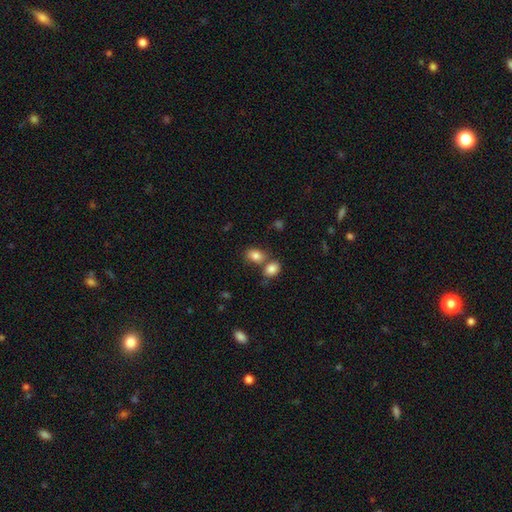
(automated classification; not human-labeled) Smooth or featured? Predicted: smooth (p=0.83). How rounded? Predicted: in between (p=0.72). Merging? Predicted: none (p=0.49).